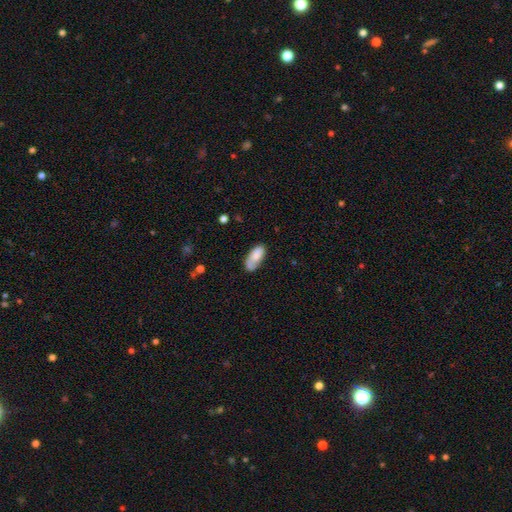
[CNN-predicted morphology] Q: Smooth or featured?
A: smooth (75%); runner-up: featured or disk (18%)
Q: How rounded?
A: in between (88%); runner-up: cigar-shaped (10%)
Q: Merging?
A: none (54%); runner-up: minor disturbance (27%)